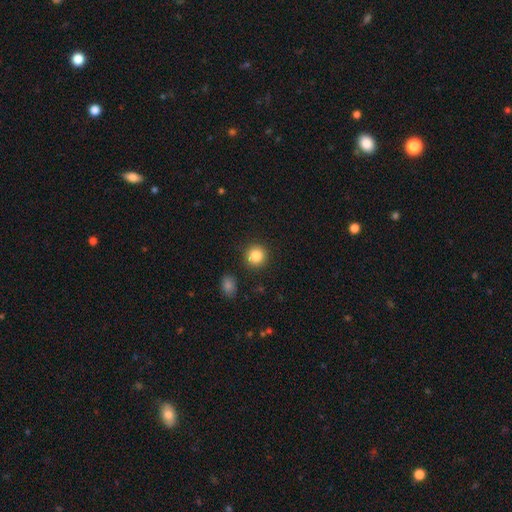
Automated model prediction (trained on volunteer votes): Smooth or featured? smooth (86%)
How rounded? round (92%)
Merging? none (90%)